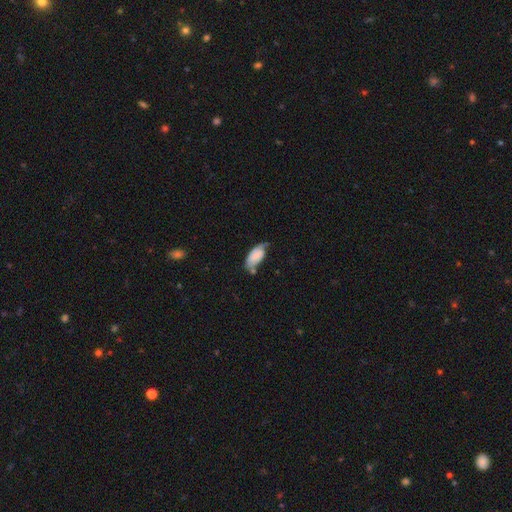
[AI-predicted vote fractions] Smooth or featured: smooth — 71% (featured or disk — 21%)
How rounded: in between — 92% (cigar-shaped — 6%)
Merging: none — 37% (minor disturbance — 35%)